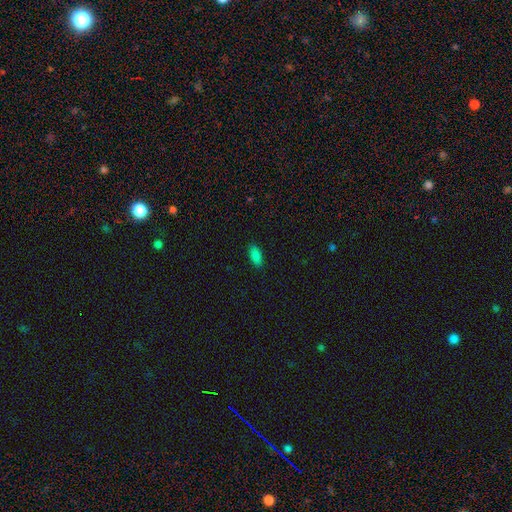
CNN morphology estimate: Smooth or featured? smooth (87%)
How rounded? in between (85%)
Merging? none (88%)